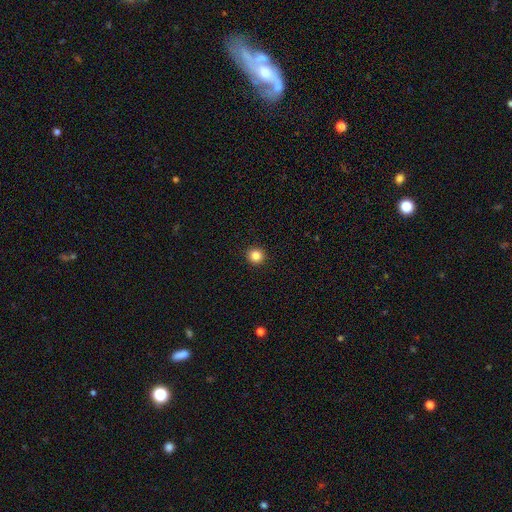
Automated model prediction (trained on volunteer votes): smooth 85%, star or artifact 11%, featured or disk 4%. Down the decision tree: how rounded — round (95%); merging — none (94%).